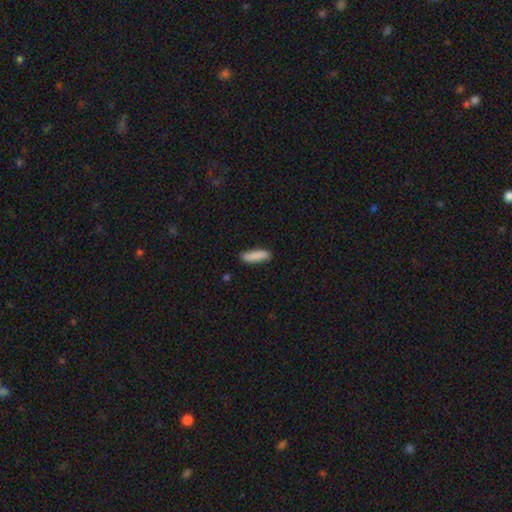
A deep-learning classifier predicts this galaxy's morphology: Smooth or featured: smooth — 88% (star or artifact — 6%)
How rounded: cigar-shaped — 65% (in between — 33%)
Merging: none — 85% (minor disturbance — 11%)